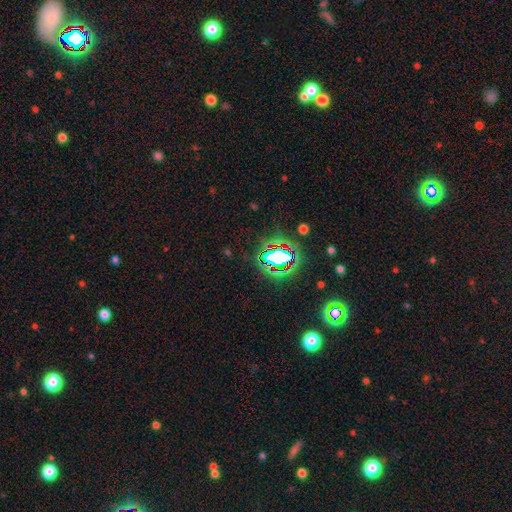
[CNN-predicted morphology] Q: Smooth or featured?
A: star or artifact (79%); runner-up: smooth (12%)